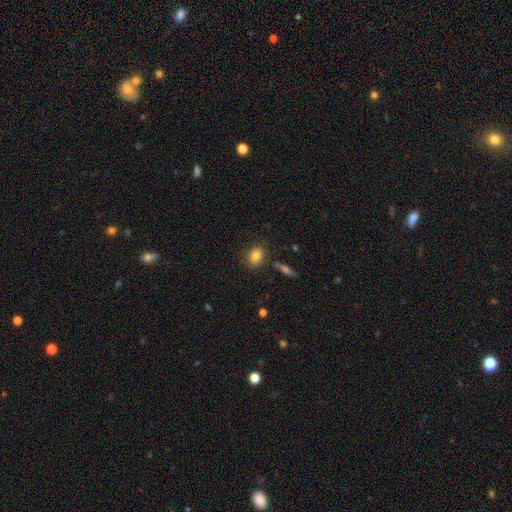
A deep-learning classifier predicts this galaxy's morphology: Smooth or featured: smooth — 82% (star or artifact — 9%)
How rounded: in between — 58% (round — 40%)
Merging: none — 82% (minor disturbance — 11%)